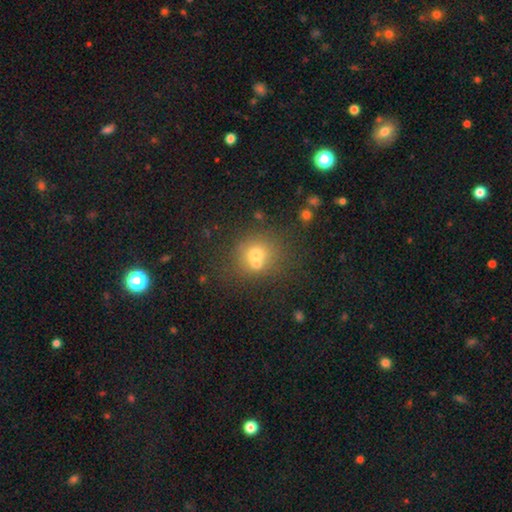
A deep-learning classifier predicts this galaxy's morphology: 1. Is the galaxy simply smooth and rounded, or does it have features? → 64% smooth, 19% featured or disk, 17% star or artifact.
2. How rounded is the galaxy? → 83% round, 16% in between, 1% cigar-shaped.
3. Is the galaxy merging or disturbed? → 47% none, 40% merger, 9% minor disturbance, 4% major disturbance.